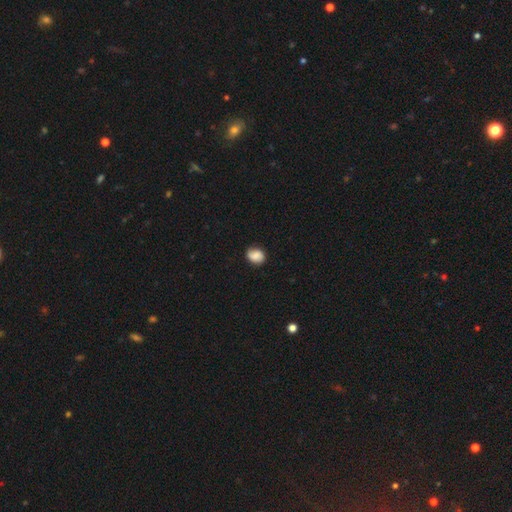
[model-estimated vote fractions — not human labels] Morphology: type=smooth (75%); roundness=round (54%); merging=none (79%).